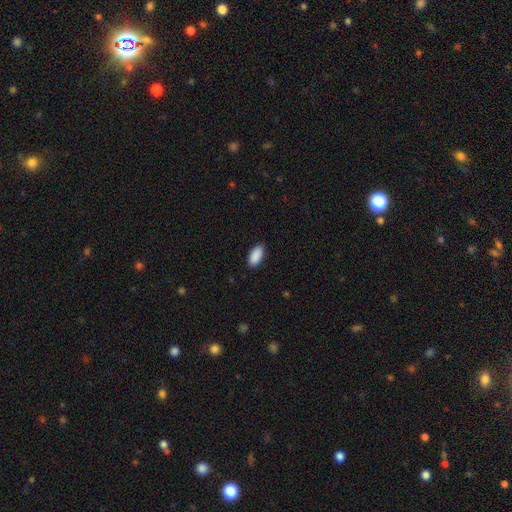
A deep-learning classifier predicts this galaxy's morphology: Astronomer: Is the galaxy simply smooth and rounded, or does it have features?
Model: smooth — 91%.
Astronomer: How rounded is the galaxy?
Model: in between — 93%.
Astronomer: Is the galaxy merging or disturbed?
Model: none — 89%.